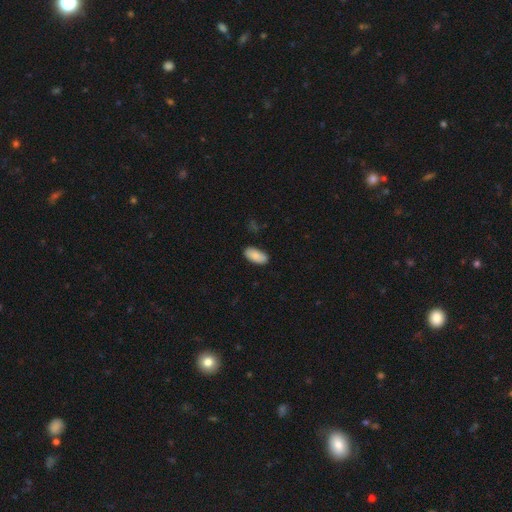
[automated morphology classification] Smooth or featured?
  - smooth: 88% *
  - star or artifact: 6%
  - featured or disk: 6%
How rounded?
  - in between: 92% *
  - cigar-shaped: 6%
  - round: 2%
Merging?
  - none: 84% *
  - minor disturbance: 12%
  - major disturbance: 2%
  - merger: 1%